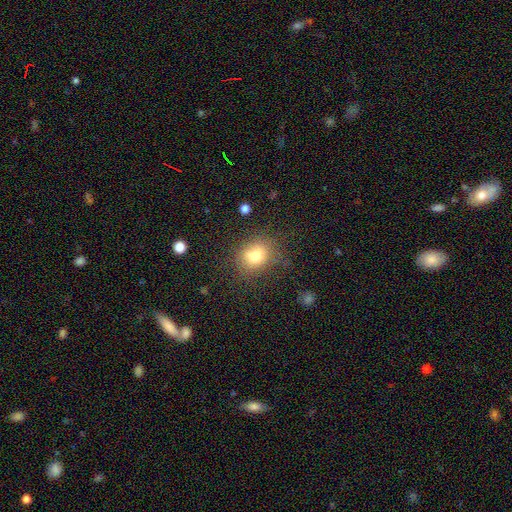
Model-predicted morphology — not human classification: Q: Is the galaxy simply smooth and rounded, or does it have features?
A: smooth — 74%.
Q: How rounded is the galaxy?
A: round — 63%.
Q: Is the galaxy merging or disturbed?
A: none — 68%.